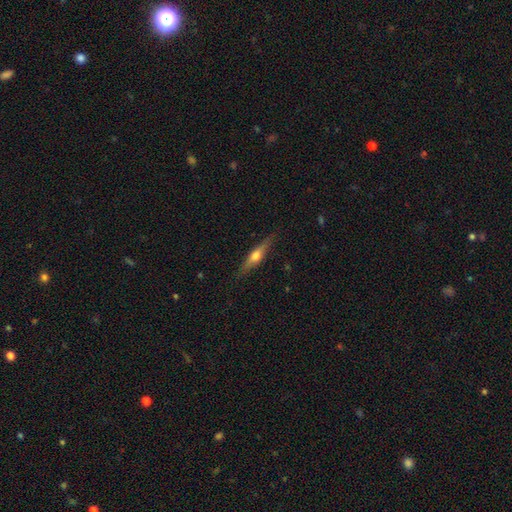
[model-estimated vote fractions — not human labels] The model was most divided on "smooth or featured": featured or disk: 61%, smooth: 33%, star or artifact: 6%. More confident: edge-on disk — yes (96%); edge-on bulge — rounded (92%); merging — none (86%).